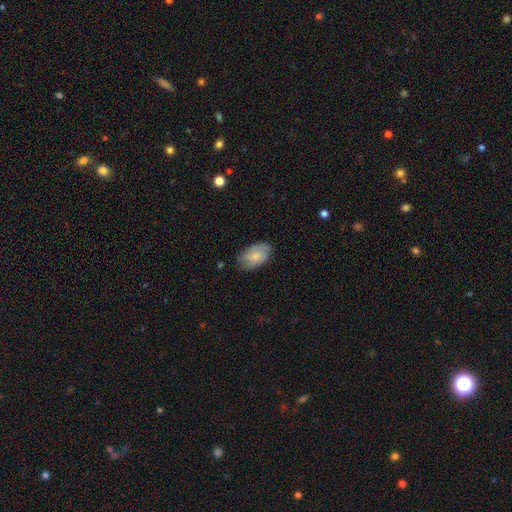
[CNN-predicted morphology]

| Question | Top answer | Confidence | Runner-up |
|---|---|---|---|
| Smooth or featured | smooth | 69% | featured or disk (24%) |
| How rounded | in between | 92% | round (6%) |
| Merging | none | 74% | minor disturbance (20%) |